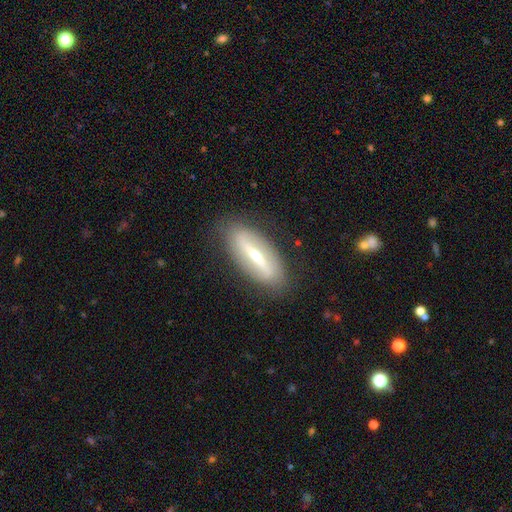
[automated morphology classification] type=featured or disk (65%); edge-on=no (60%); merging=none (84%).